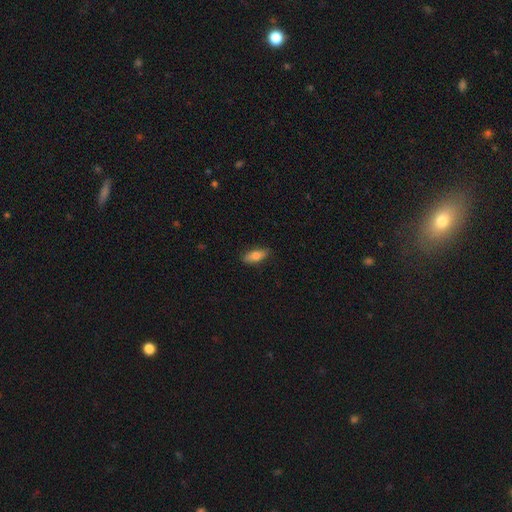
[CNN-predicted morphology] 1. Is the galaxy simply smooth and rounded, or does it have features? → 72% smooth, 21% featured or disk, 7% star or artifact.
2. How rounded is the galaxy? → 67% in between, 30% cigar-shaped, 3% round.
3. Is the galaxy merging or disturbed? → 83% none, 14% minor disturbance, 2% major disturbance, 1% merger.